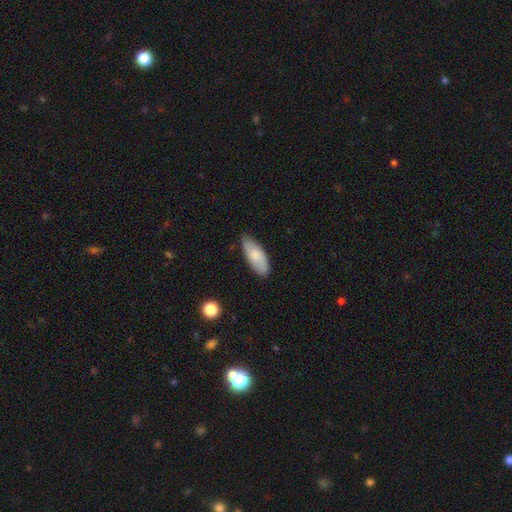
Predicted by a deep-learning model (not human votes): This appears to be a smooth galaxy with no disk features (79%) that is in between round and cigar-shaped (81%). Merging: none (77%).